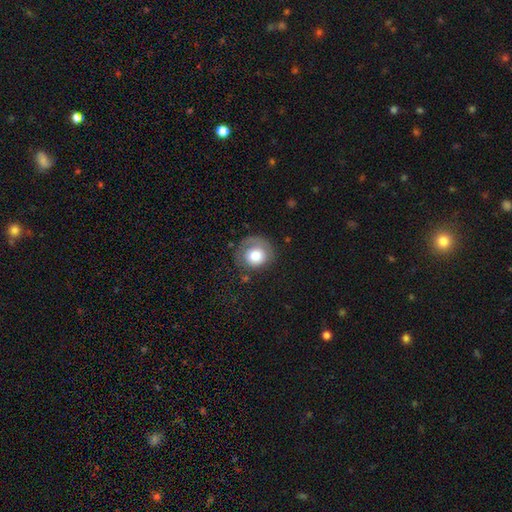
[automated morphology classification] Smooth or featured?
  - smooth: 71% *
  - featured or disk: 21%
  - star or artifact: 8%
How rounded?
  - round: 83% *
  - in between: 16%
  - cigar-shaped: 1%
Merging?
  - none: 60% *
  - minor disturbance: 23%
  - major disturbance: 15%
  - merger: 2%